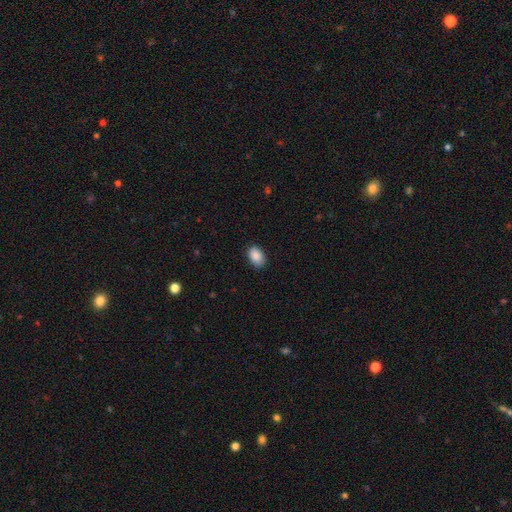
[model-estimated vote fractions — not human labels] Morphology: type=smooth (89%); roundness=in between (84%); merging=none (84%).